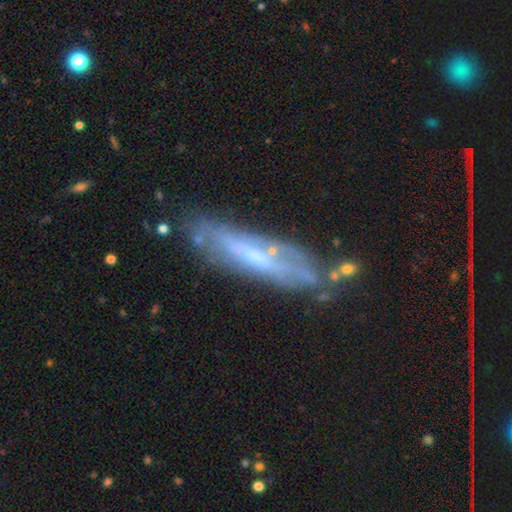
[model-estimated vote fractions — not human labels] featured or disk 63%, smooth 28%, star or artifact 9%. Down the decision tree: edge-on disk — yes (55%); merging — none (69%).